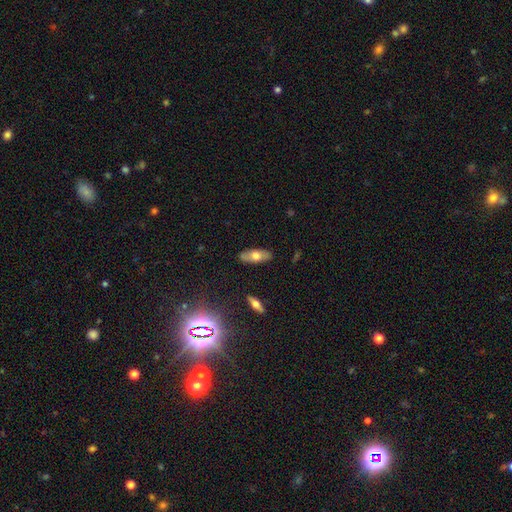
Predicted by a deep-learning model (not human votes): Smooth or featured? Predicted: smooth (p=0.60). How rounded? Predicted: in between (p=0.74). Merging? Predicted: none (p=0.86).